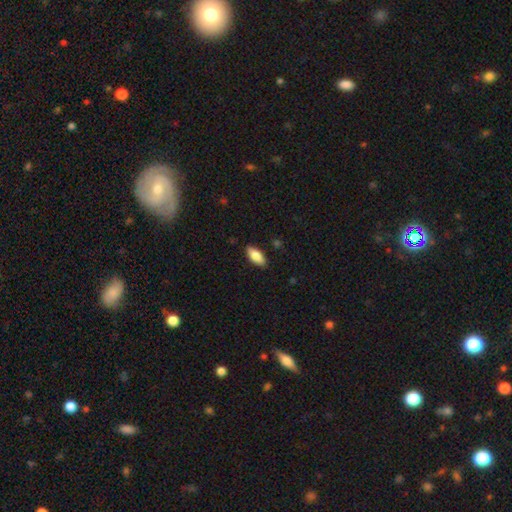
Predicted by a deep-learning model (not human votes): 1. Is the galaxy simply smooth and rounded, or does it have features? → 82% smooth, 12% featured or disk, 6% star or artifact.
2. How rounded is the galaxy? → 85% in between, 13% cigar-shaped, 2% round.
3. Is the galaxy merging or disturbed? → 87% none, 10% minor disturbance, 2% major disturbance, 1% merger.